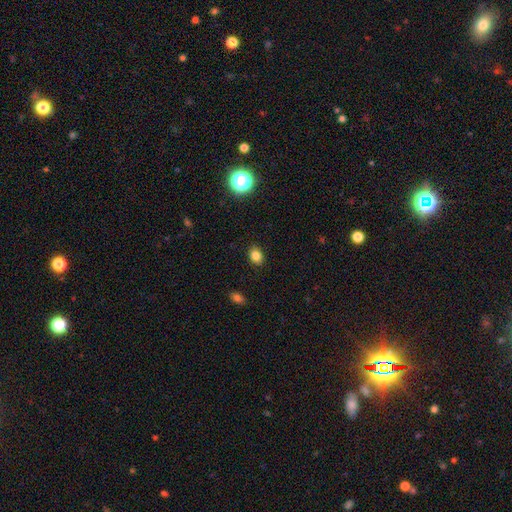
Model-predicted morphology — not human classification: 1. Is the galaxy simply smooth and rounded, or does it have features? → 83% smooth, 12% star or artifact, 5% featured or disk.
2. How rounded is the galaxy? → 64% in between, 35% round, 1% cigar-shaped.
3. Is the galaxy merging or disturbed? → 88% none, 9% minor disturbance, 2% major disturbance, 1% merger.